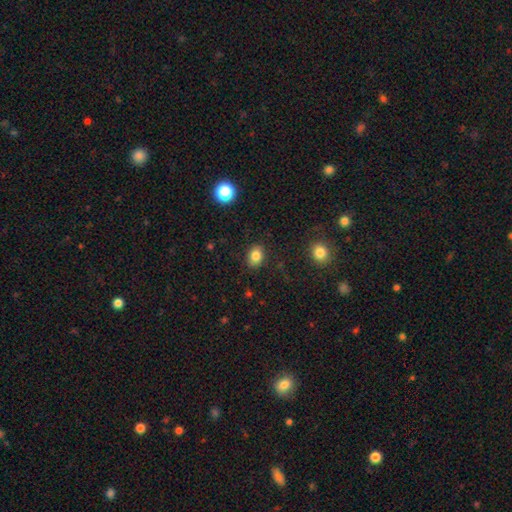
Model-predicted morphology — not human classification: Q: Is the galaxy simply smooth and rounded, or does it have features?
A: smooth — 83%.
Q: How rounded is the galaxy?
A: in between — 63%.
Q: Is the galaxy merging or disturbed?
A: none — 86%.